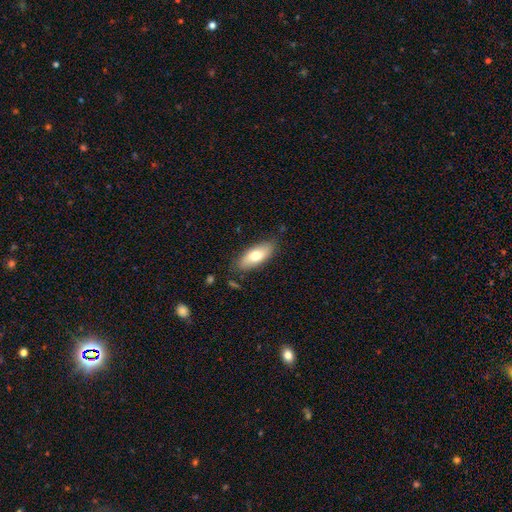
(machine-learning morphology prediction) Overall: smooth (72%). How rounded: in between (79%). Merging: none (81%).